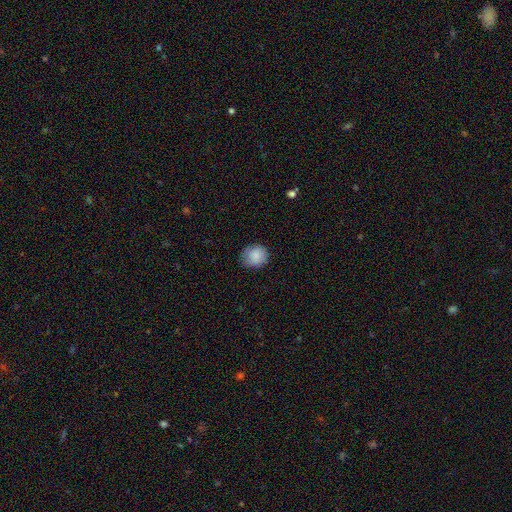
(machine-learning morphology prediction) Smooth or featured?
  - smooth: 86% *
  - star or artifact: 7%
  - featured or disk: 7%
How rounded?
  - round: 79% *
  - in between: 20%
  - cigar-shaped: 1%
Merging?
  - none: 77% *
  - minor disturbance: 18%
  - major disturbance: 4%
  - merger: 1%